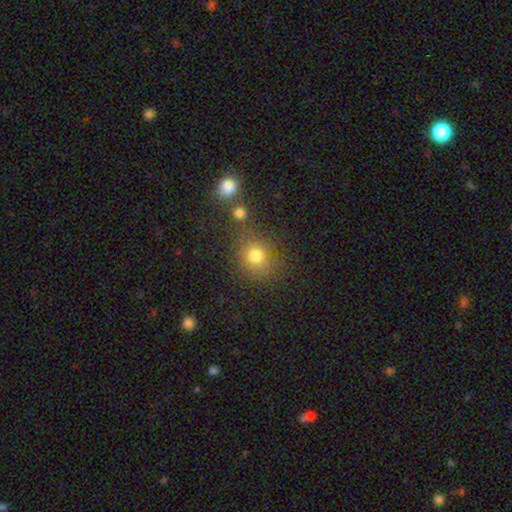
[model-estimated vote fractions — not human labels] Smooth or featured: smooth — 74% (star or artifact — 17%)
How rounded: round — 79% (in between — 20%)
Merging: none — 70% (minor disturbance — 13%)